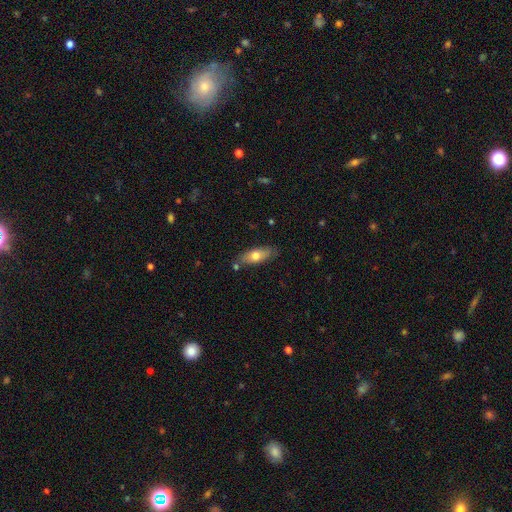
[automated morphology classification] This is likely a smooth galaxy (65%). How rounded: likely in between (70%). Merging: likely none (77%).